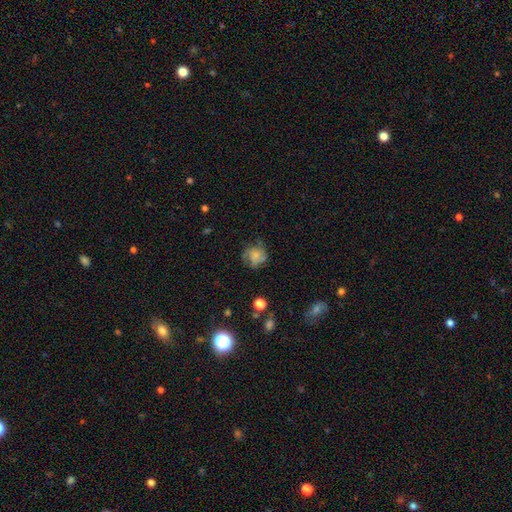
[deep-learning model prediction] Smooth or featured: smooth — 52% (featured or disk — 37%)
How rounded: round — 80% (in between — 19%)
Merging: none — 60% (minor disturbance — 24%)